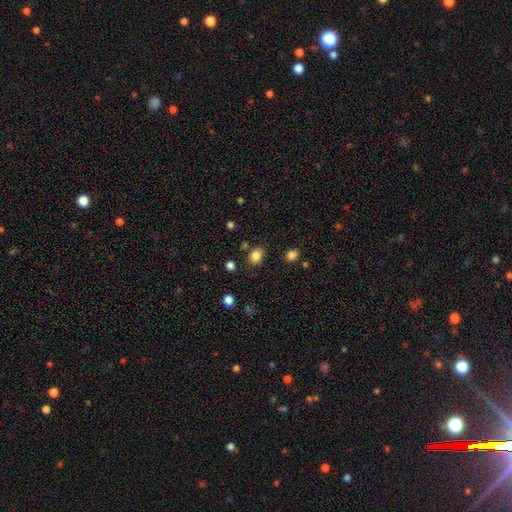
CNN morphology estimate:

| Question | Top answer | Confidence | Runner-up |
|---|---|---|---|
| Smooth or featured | smooth | 84% | star or artifact (11%) |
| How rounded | in between | 68% | round (31%) |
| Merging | none | 78% | minor disturbance (14%) |